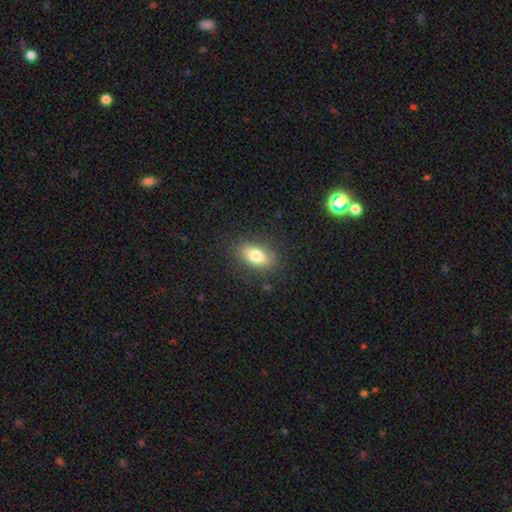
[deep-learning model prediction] Overall: smooth (76%). How rounded: in between (84%). Merging: none (83%).